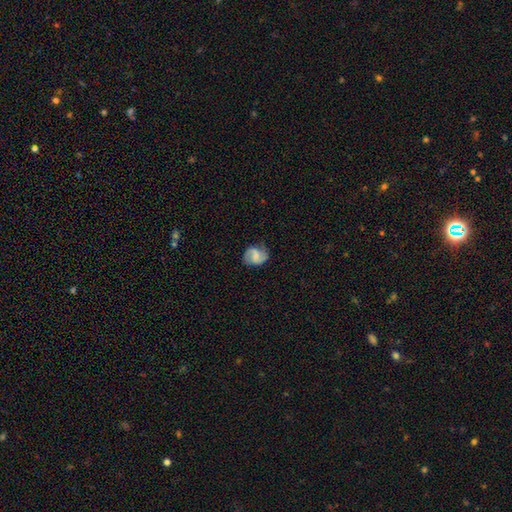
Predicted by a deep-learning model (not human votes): This is likely a featured or disk galaxy (68%). It is clearly not viewed edge-on (98%). Bar: possibly weak (50%). Spiral arm pattern: clearly yes (94%). Spiral arm count: clearly 2 (89%). Spiral winding: possibly medium (49%). Central bulge: marginally small (36%). Merging: likely none (76%).